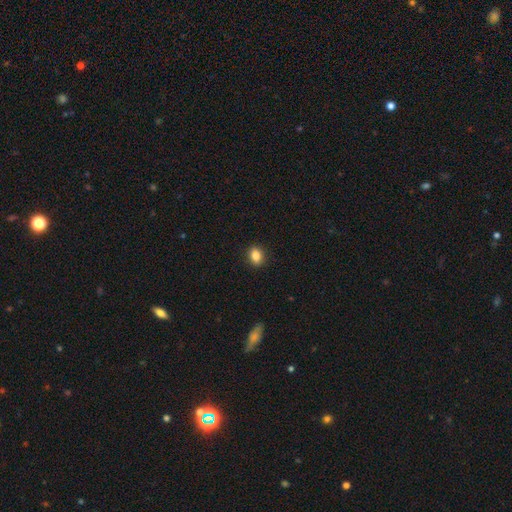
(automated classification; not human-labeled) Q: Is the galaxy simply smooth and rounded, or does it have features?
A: smooth — 86%.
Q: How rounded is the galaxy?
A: in between — 62%.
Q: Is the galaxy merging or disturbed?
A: none — 90%.